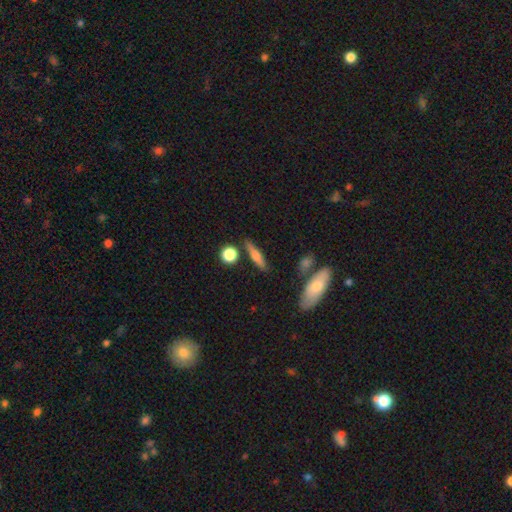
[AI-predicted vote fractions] The model was most divided on "smooth or featured": smooth: 55%, featured or disk: 37%, star or artifact: 8%. More confident: merging — none (81%); how rounded — cigar-shaped (73%).